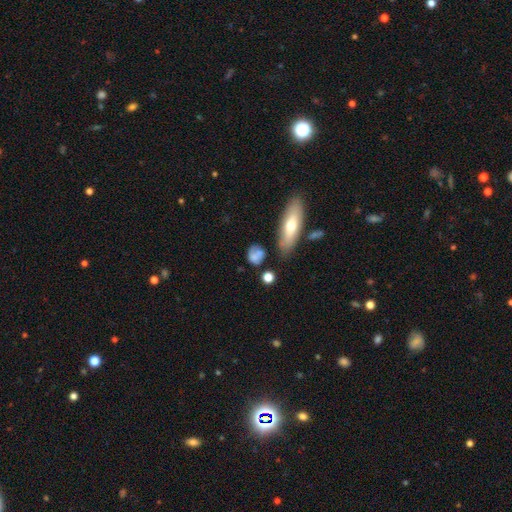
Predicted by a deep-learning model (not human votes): A smooth galaxy with no disk features (72%) that is round (60%). Merging: none (59%).